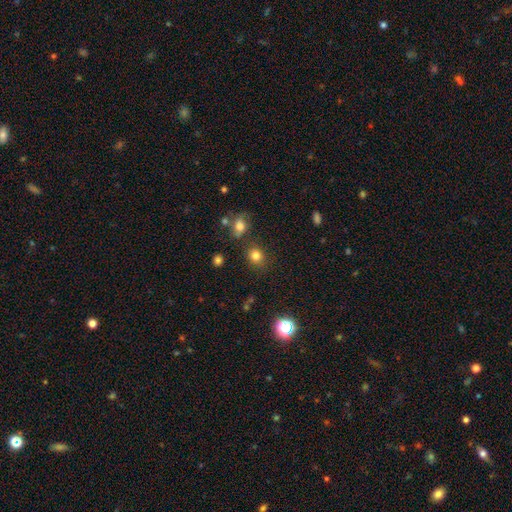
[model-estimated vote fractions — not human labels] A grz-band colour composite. It shows a smooth galaxy with no disk features (80%) that is round (75%). Merging: none (80%).